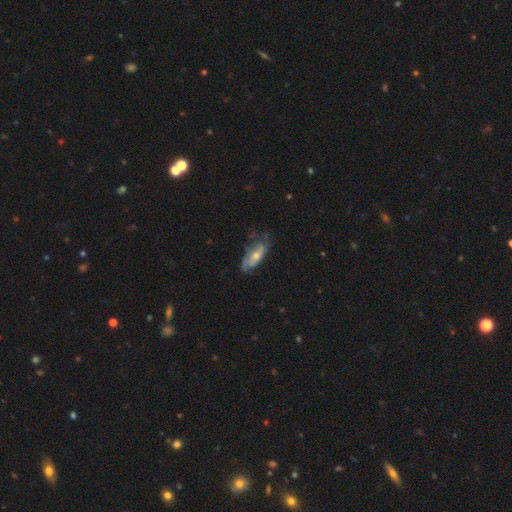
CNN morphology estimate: Q: Smooth or featured?
A: featured or disk (62%); runner-up: smooth (31%)
Q: Edge-on disk?
A: no (84%); runner-up: yes (16%)
Q: Bar?
A: no (72%); runner-up: weak (23%)
Q: Spiral arms?
A: yes (76%); runner-up: no (24%)
Q: Bulge size?
A: moderate (60%); runner-up: small (30%)
Q: Merging?
A: none (53%); runner-up: minor disturbance (29%)